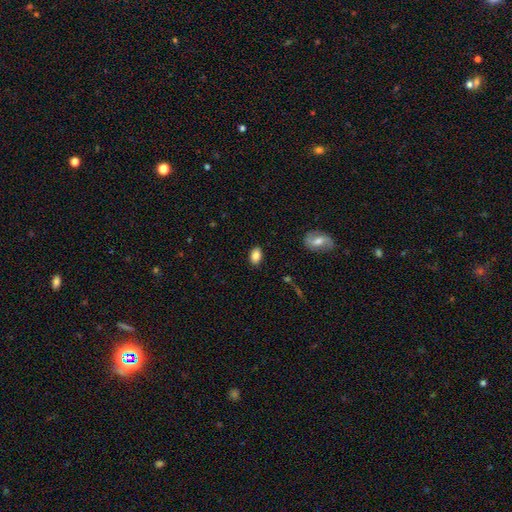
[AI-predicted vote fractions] This is clearly a smooth galaxy (84%). How rounded: clearly in between (86%). Merging: clearly none (87%).